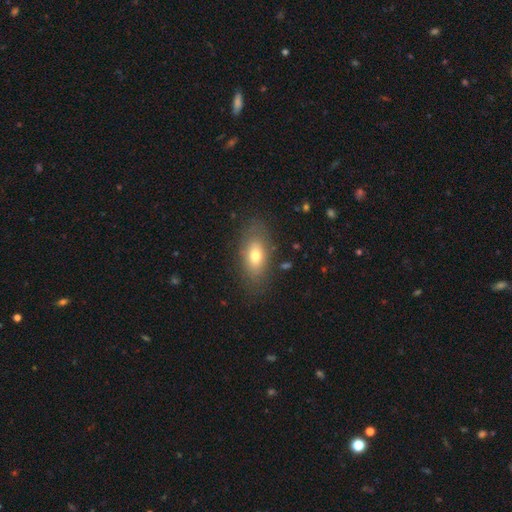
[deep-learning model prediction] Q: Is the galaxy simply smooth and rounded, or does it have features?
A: smooth — 70%.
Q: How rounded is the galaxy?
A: in between — 87%.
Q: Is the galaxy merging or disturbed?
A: none — 80%.